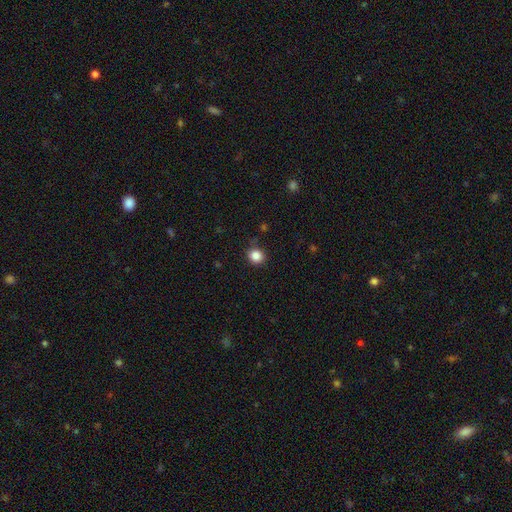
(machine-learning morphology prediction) A smooth galaxy with no disk features (85%) that is round (86%). Merging: none (86%).